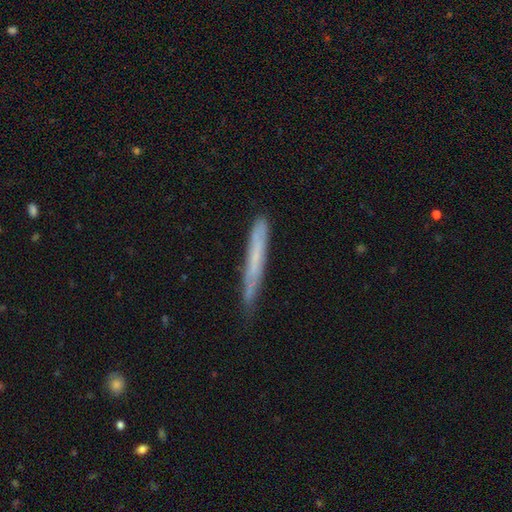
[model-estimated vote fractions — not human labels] Q: Smooth or featured?
A: smooth (55%); runner-up: featured or disk (38%)
Q: How rounded?
A: cigar-shaped (96%); runner-up: in between (2%)
Q: Merging?
A: none (74%); runner-up: minor disturbance (20%)